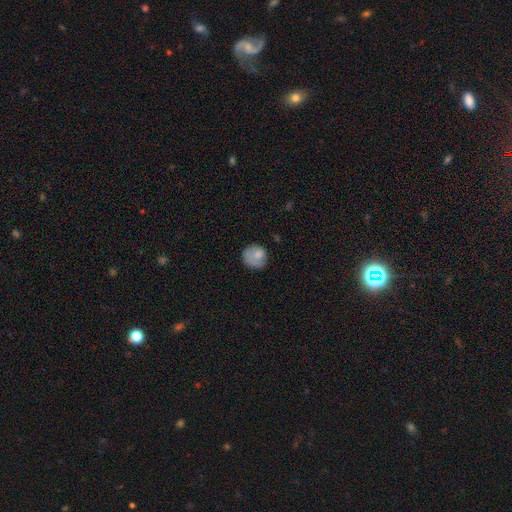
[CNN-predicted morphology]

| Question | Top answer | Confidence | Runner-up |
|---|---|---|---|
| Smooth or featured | smooth | 75% | featured or disk (17%) |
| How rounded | round | 80% | in between (19%) |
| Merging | none | 59% | minor disturbance (25%) |